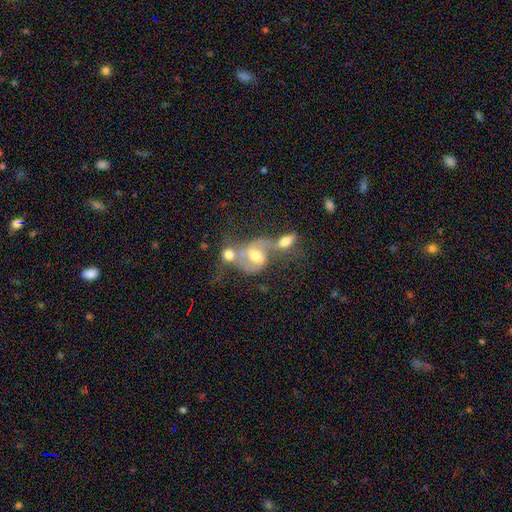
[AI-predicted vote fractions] smooth_or_featured: featured or disk (p=0.63) [alt: smooth p=0.27]
disk_edge_on: no (p=0.94) [alt: yes p=0.06]
bar: weak (p=0.43) [alt: no p=0.37]
has_spiral_arms: yes (p=0.73) [alt: no p=0.27]
bulge_size: moderate (p=0.65) [alt: small p=0.18]
merging: merger (p=0.59) [alt: none p=0.20]